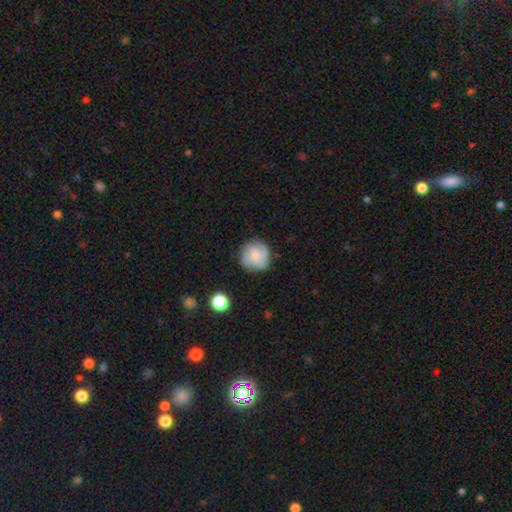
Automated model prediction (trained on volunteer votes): smooth_or_featured: smooth (p=0.58) [alt: featured or disk p=0.35]
how_rounded: round (p=0.91) [alt: in between p=0.08]
merging: none (p=0.75) [alt: minor disturbance p=0.18]